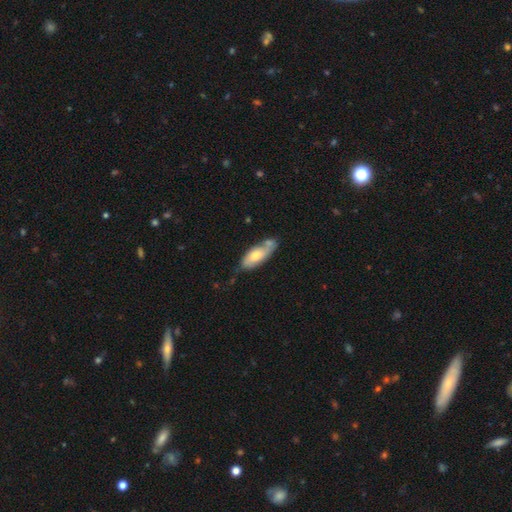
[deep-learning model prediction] A smooth galaxy with no disk features (58%) that is in between round and cigar-shaped (77%).

Vote fractions:
- Smooth or featured? smooth: 58% / featured or disk: 36% / star or artifact: 6%
- How rounded? in between: 77% / cigar-shaped: 21% / round: 2%
- Merging? none: 46% / minor disturbance: 26% / merger: 20% / major disturbance: 8%